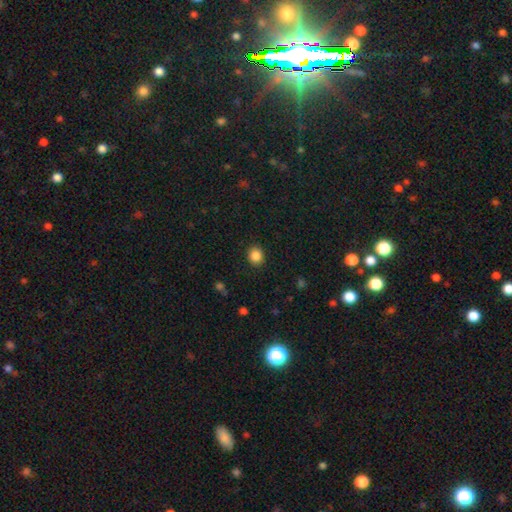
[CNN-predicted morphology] A smooth galaxy with no disk features (86%) that is round (73%). Merging: none (90%).